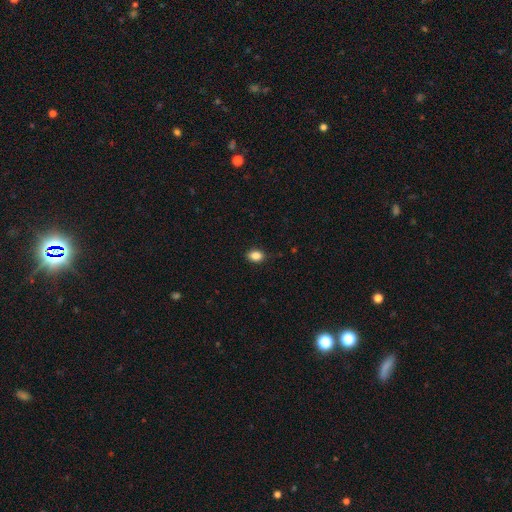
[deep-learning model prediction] A smooth galaxy with no disk features (88%) that is in between round and cigar-shaped (79%).

Vote fractions:
- Smooth or featured? smooth: 88% / star or artifact: 9% / featured or disk: 3%
- How rounded? in between: 79% / round: 20% / cigar-shaped: 1%
- Merging? none: 86% / minor disturbance: 10% / major disturbance: 2% / merger: 1%